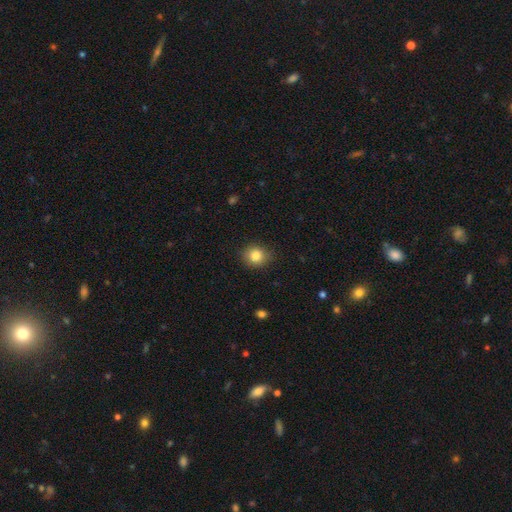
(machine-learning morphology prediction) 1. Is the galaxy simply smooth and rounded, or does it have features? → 83% smooth, 10% star or artifact, 6% featured or disk.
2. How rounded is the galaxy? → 80% round, 19% in between, 1% cigar-shaped.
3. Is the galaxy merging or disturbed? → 86% none, 10% minor disturbance, 2% major disturbance, 1% merger.